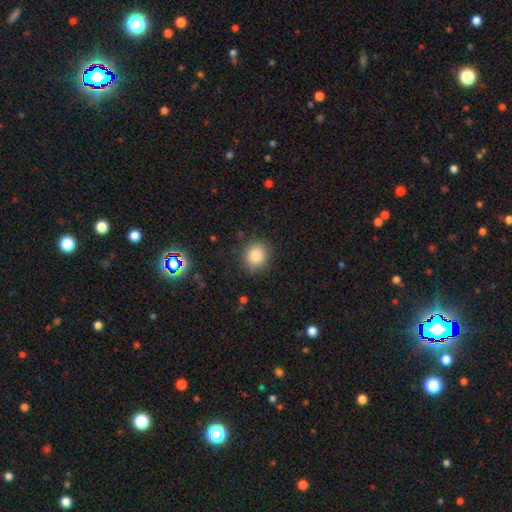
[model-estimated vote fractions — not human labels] Smooth or featured?
  - smooth: 86% *
  - star or artifact: 10%
  - featured or disk: 4%
How rounded?
  - round: 81% *
  - in between: 18%
  - cigar-shaped: 1%
Merging?
  - none: 85% *
  - minor disturbance: 10%
  - major disturbance: 3%
  - merger: 1%